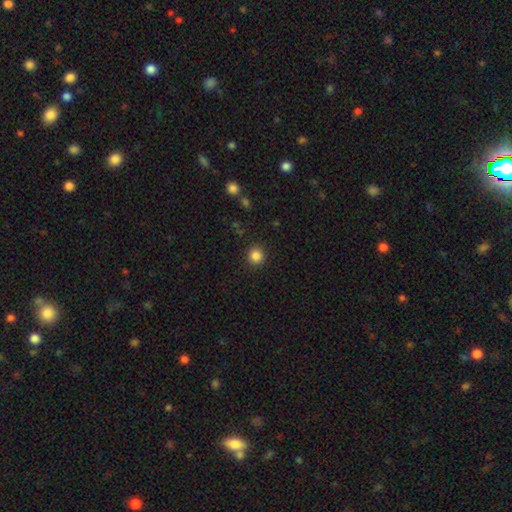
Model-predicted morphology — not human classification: A smooth galaxy with no disk features (85%) that is round (91%).

Vote fractions:
- Smooth or featured? smooth: 85% / star or artifact: 11% / featured or disk: 4%
- How rounded? round: 91% / in between: 8% / cigar-shaped: 1%
- Merging? none: 90% / minor disturbance: 6% / major disturbance: 2% / merger: 1%